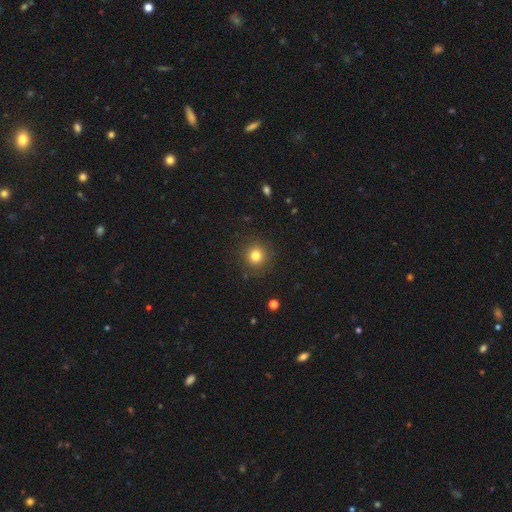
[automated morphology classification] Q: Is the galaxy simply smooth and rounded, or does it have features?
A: smooth — 80%.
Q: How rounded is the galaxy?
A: round — 94%.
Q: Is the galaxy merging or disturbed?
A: none — 90%.